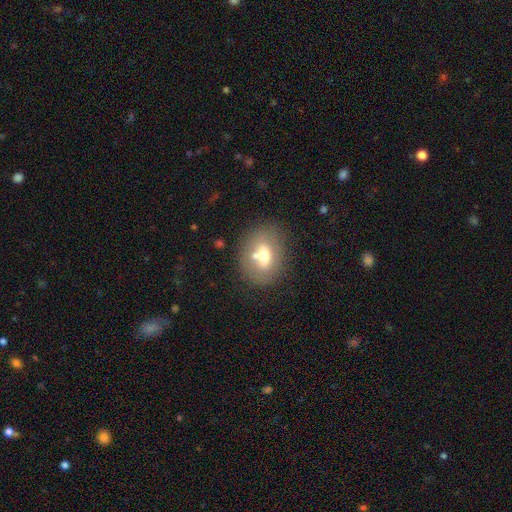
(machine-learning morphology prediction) Q: Smooth or featured?
A: smooth (58%); runner-up: featured or disk (32%)
Q: How rounded?
A: in between (62%); runner-up: round (36%)
Q: Merging?
A: none (62%); runner-up: merger (17%)